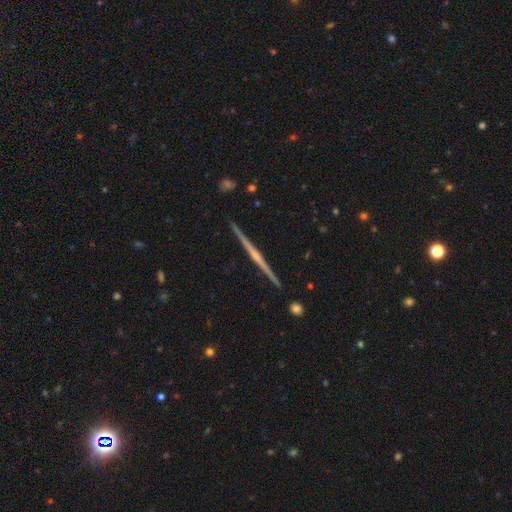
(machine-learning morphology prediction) Smooth or featured? Predicted: featured or disk (p=0.83). Edge-on disk? Predicted: yes (p=0.99). Edge-on bulge? Predicted: rounded (p=0.67). Merging? Predicted: none (p=0.93).